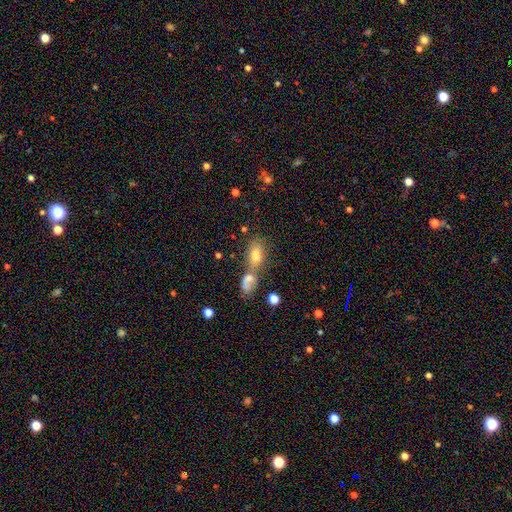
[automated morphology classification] smooth_or_featured: smooth (p=0.72) [alt: featured or disk p=0.17]
how_rounded: in between (p=0.82) [alt: round p=0.11]
merging: merger (p=0.51) [alt: none p=0.33]